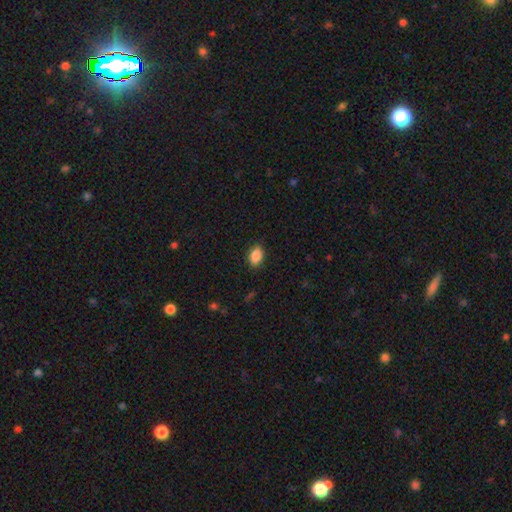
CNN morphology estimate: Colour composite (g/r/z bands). It shows a smooth galaxy with no disk features (89%) that is in between round and cigar-shaped (87%). Merging: none (87%).